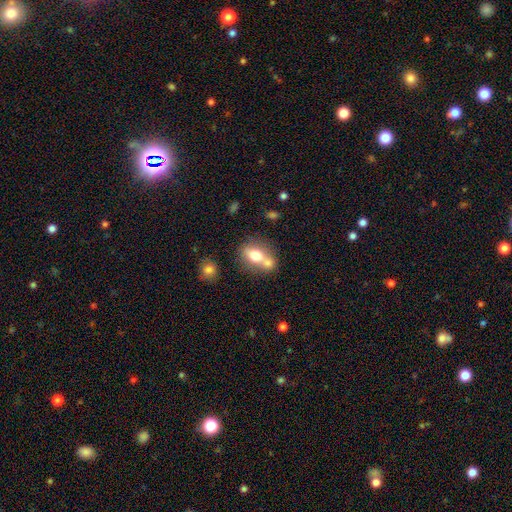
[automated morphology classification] Smooth or featured: smooth — 70% (featured or disk — 22%)
How rounded: in between — 64% (round — 32%)
Merging: merger — 51% (none — 34%)